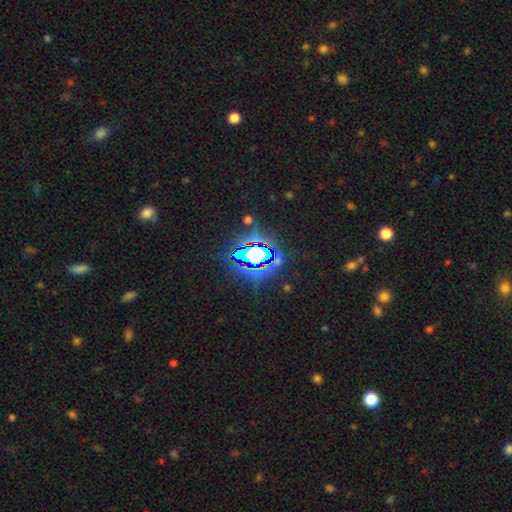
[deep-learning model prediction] smooth-or-featured: star or artifact: 72% | smooth: 16% | featured or disk: 12%